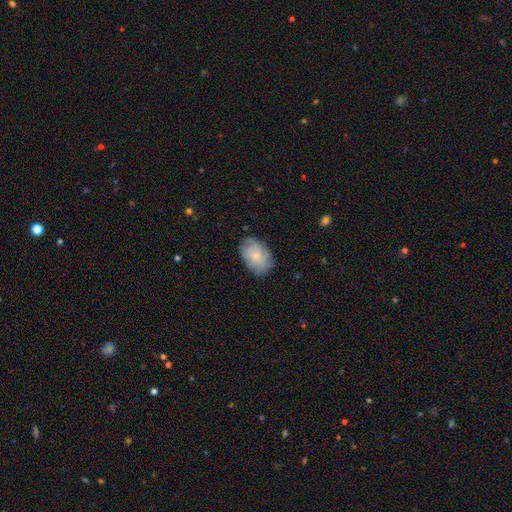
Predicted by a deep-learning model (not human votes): This is likely a smooth galaxy (66%). How rounded: clearly in between (87%). Merging: likely none (77%).